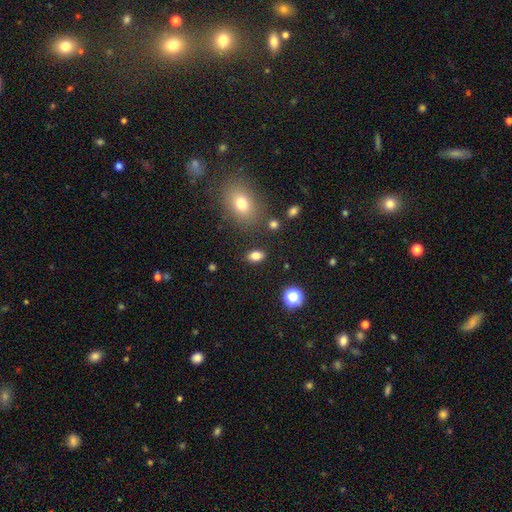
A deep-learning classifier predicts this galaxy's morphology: smooth 81%, star or artifact 12%, featured or disk 8%. Down the decision tree: how rounded — in between (83%); merging — none (83%).